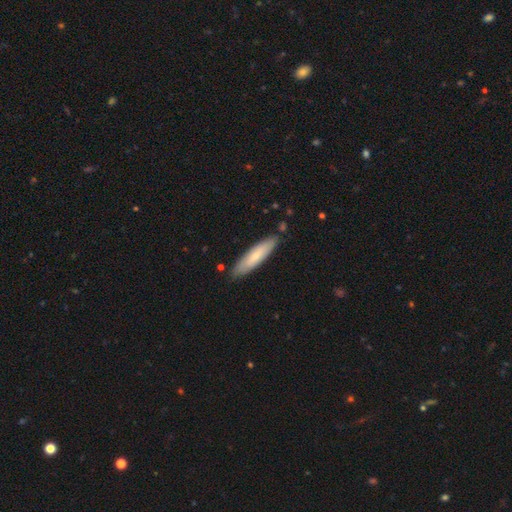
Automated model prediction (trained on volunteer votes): Q: Smooth or featured?
A: smooth (67%); runner-up: featured or disk (28%)
Q: How rounded?
A: cigar-shaped (75%); runner-up: in between (24%)
Q: Merging?
A: none (84%); runner-up: minor disturbance (12%)